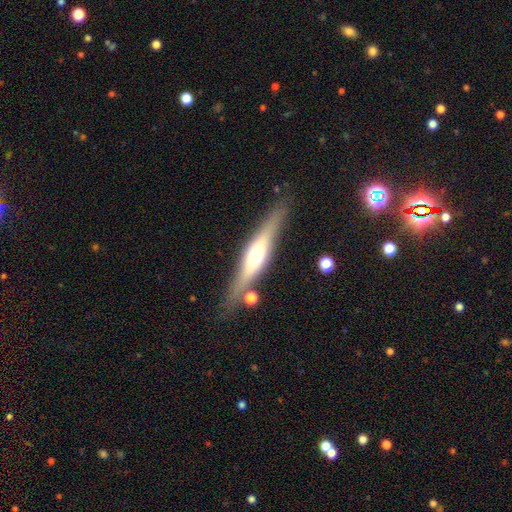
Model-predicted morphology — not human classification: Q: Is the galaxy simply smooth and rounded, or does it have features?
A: featured or disk — 62%.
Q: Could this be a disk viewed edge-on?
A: yes — 93%.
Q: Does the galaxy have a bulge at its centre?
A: rounded — 85%.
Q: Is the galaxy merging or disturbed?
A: none — 81%.